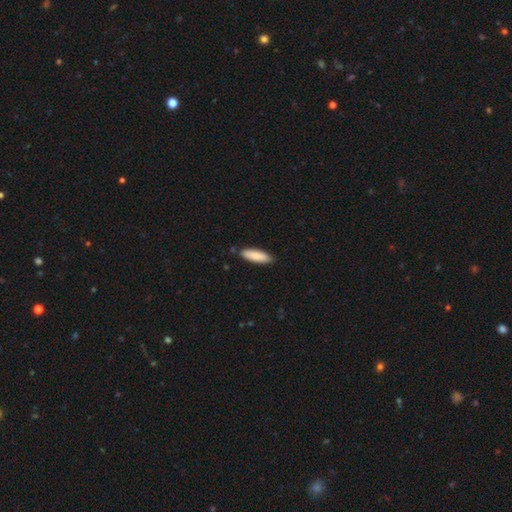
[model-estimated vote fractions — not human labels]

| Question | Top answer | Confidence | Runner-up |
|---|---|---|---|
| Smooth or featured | smooth | 87% | featured or disk (7%) |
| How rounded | cigar-shaped | 52% | in between (47%) |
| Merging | none | 85% | minor disturbance (12%) |